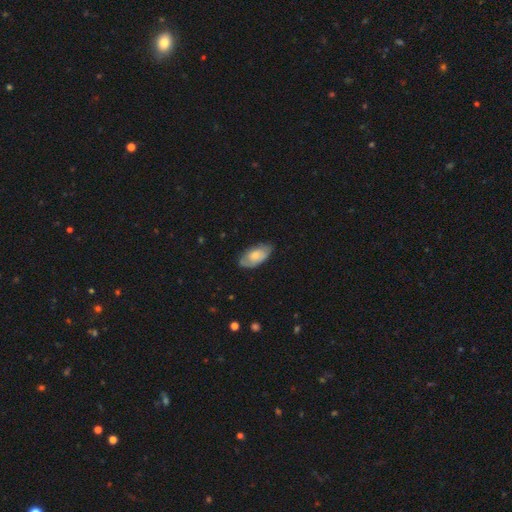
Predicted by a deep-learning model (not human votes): smooth 61%, featured or disk 33%, star or artifact 6%. Down the decision tree: how rounded — in between (94%); merging — none (71%).